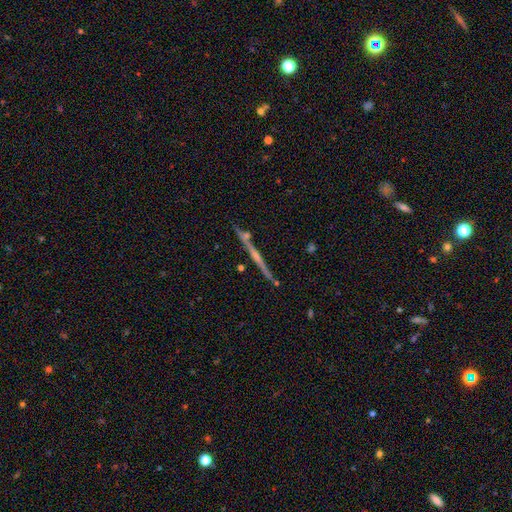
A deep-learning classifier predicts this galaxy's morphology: Smooth or featured? Predicted: featured or disk (p=0.73). Edge-on disk? Predicted: yes (p=0.97). Edge-on bulge? Predicted: none (p=0.49). Merging? Predicted: none (p=0.85).